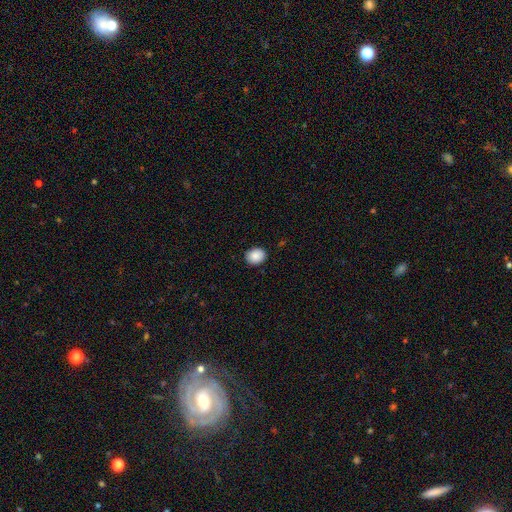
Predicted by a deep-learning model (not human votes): Smooth or featured?
  - smooth: 88% *
  - star or artifact: 8%
  - featured or disk: 4%
How rounded?
  - round: 54% *
  - in between: 45%
  - cigar-shaped: 1%
Merging?
  - none: 89% *
  - minor disturbance: 8%
  - major disturbance: 2%
  - merger: 1%